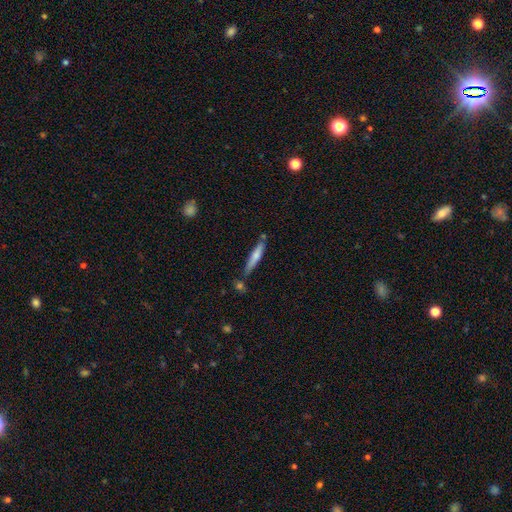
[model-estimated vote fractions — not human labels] A smooth galaxy with no disk features (62%) that is cigar-shaped (91%).

Vote fractions:
- Smooth or featured? smooth: 62% / featured or disk: 32% / star or artifact: 6%
- How rounded? cigar-shaped: 91% / in between: 8% / round: 1%
- Merging? none: 72% / minor disturbance: 16% / merger: 9% / major disturbance: 3%